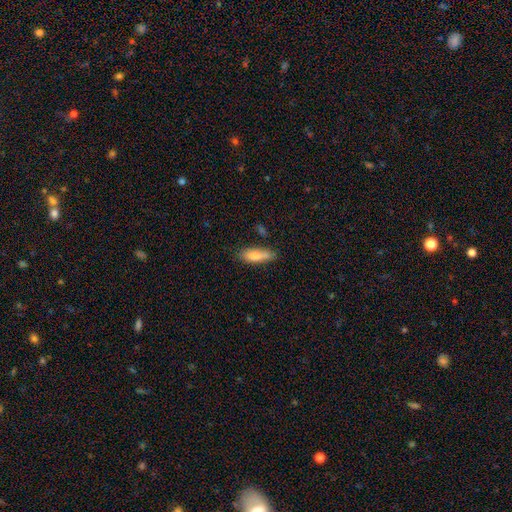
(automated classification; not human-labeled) Smooth or featured?
  - smooth: 83% *
  - featured or disk: 11%
  - star or artifact: 7%
How rounded?
  - in between: 51% *
  - cigar-shaped: 47%
  - round: 2%
Merging?
  - none: 68% *
  - minor disturbance: 22%
  - merger: 6%
  - major disturbance: 5%